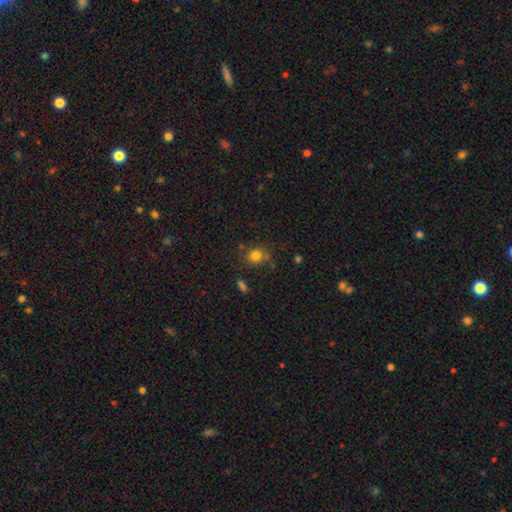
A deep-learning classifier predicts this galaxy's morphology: Q: Smooth or featured?
A: smooth (80%); runner-up: star or artifact (12%)
Q: How rounded?
A: round (71%); runner-up: in between (28%)
Q: Merging?
A: none (69%); runner-up: minor disturbance (18%)